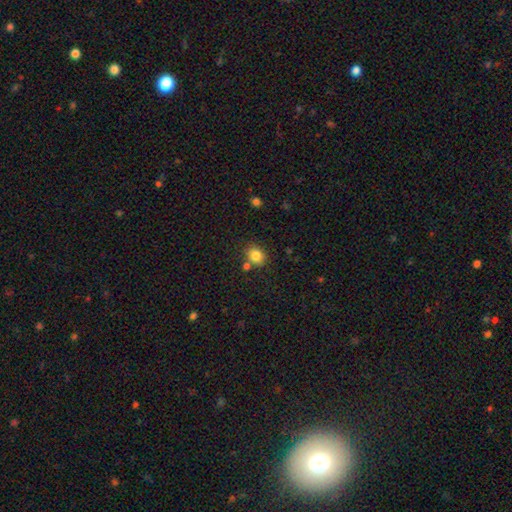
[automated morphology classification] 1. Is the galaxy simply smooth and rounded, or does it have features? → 83% smooth, 11% star or artifact, 6% featured or disk.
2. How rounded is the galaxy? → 60% round, 39% in between, 1% cigar-shaped.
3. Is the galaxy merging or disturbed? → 74% none, 12% merger, 11% minor disturbance, 3% major disturbance.